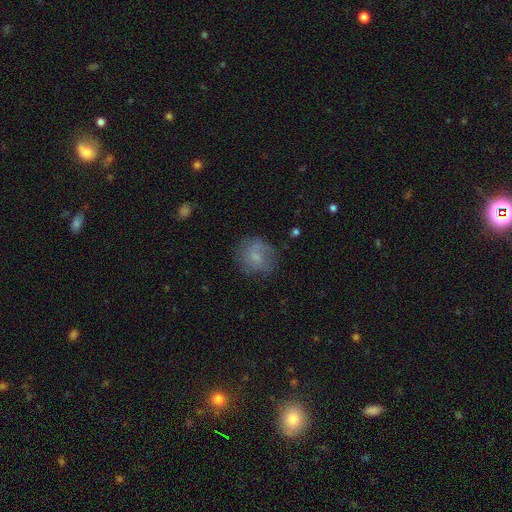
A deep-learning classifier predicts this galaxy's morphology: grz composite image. It shows a smooth galaxy with no disk features (62%) that is round (78%). Merging: none (63%).